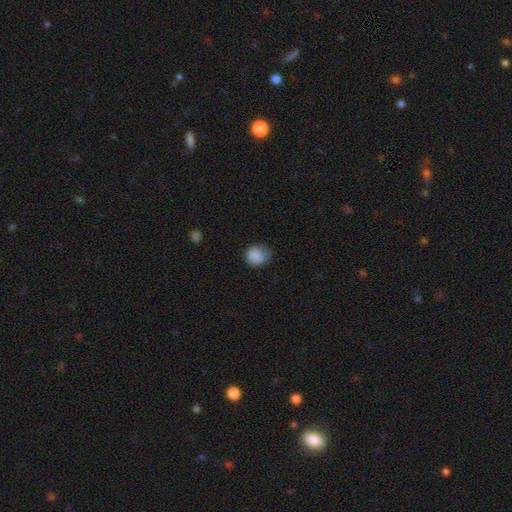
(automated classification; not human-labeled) smooth_or_featured: smooth (p=0.87) [alt: star or artifact p=0.08]
how_rounded: round (p=0.76) [alt: in between p=0.24]
merging: none (p=0.65) [alt: minor disturbance p=0.27]